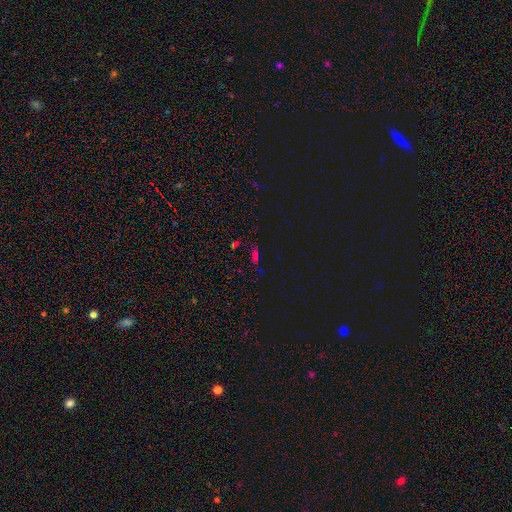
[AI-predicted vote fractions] A smooth galaxy with no disk features (46%). Merging: none (67%).